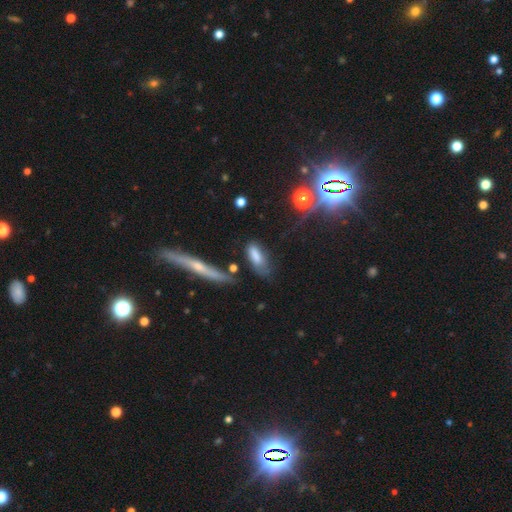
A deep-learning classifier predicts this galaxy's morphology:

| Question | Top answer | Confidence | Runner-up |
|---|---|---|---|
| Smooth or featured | smooth | 73% | featured or disk (17%) |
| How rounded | in between | 70% | cigar-shaped (26%) |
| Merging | none | 49% | minor disturbance (29%) |